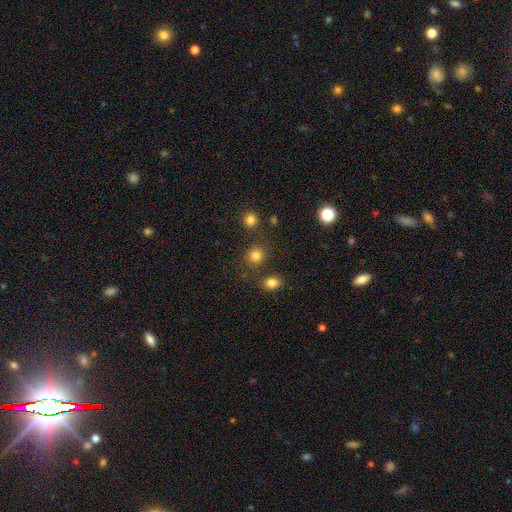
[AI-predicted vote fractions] Smooth or featured? smooth (81%)
How rounded? round (81%)
Merging? none (77%)